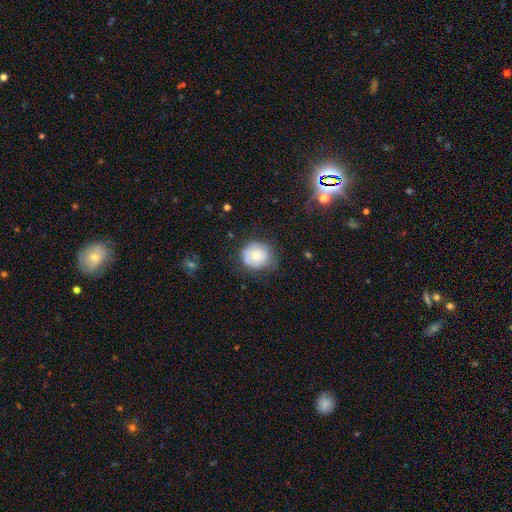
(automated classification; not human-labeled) Overall: smooth (63%; featured or disk 29%). How rounded: round (82%). Merging: none (65%; minor disturbance 25%).